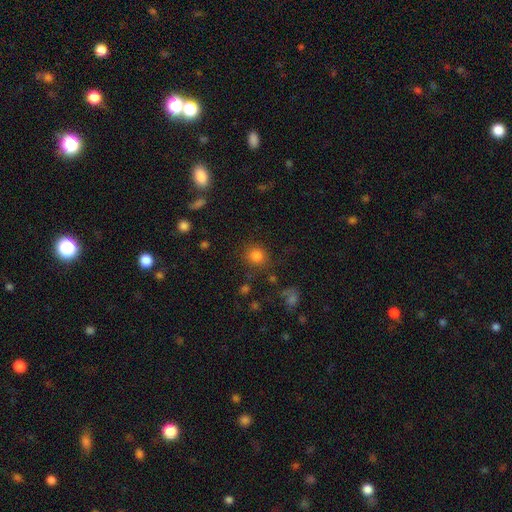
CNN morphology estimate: Smooth or featured? Predicted: smooth (p=0.81). How rounded? Predicted: round (p=0.86). Merging? Predicted: none (p=0.82).